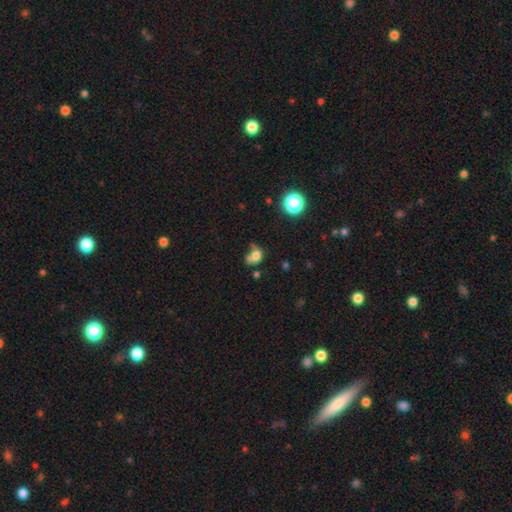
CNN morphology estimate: smooth 70%, featured or disk 15%, star or artifact 15%. Down the decision tree: how rounded — round (52%); merging — none (31%, tied with merger).